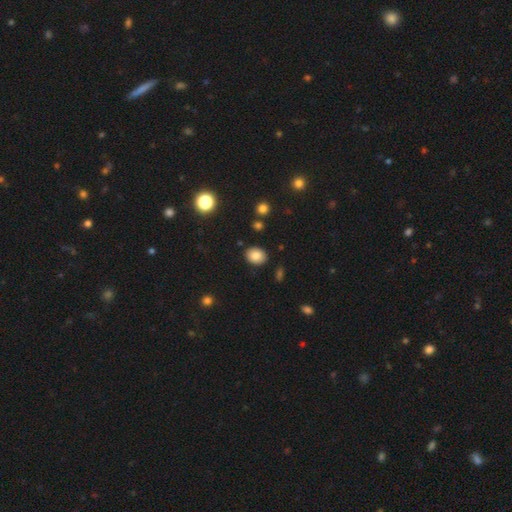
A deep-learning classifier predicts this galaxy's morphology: Smooth or featured?
  - smooth: 84% *
  - star or artifact: 9%
  - featured or disk: 6%
How rounded?
  - in between: 54% *
  - round: 45%
  - cigar-shaped: 1%
Merging?
  - none: 87% *
  - minor disturbance: 8%
  - major disturbance: 2%
  - merger: 2%